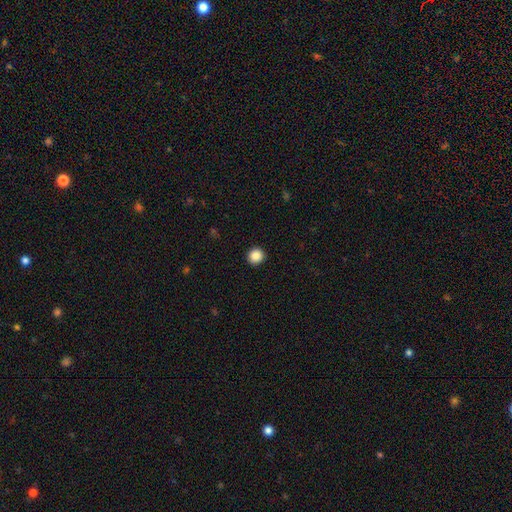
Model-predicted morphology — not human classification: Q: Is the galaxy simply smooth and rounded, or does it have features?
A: smooth — 87%.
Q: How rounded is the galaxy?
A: round — 94%.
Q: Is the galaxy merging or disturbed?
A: none — 93%.